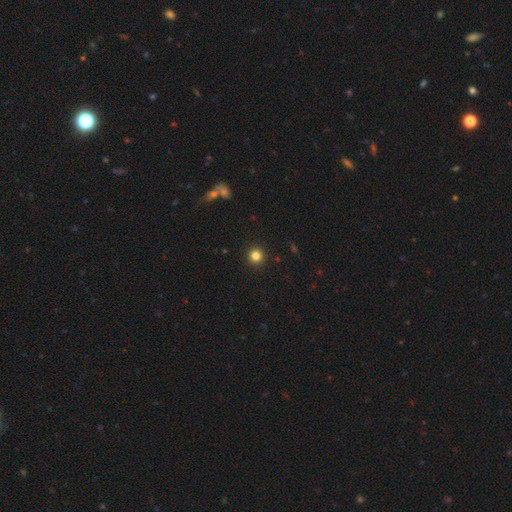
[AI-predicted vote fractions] A smooth galaxy with no disk features (82%) that is round (95%). Merging: none (93%).